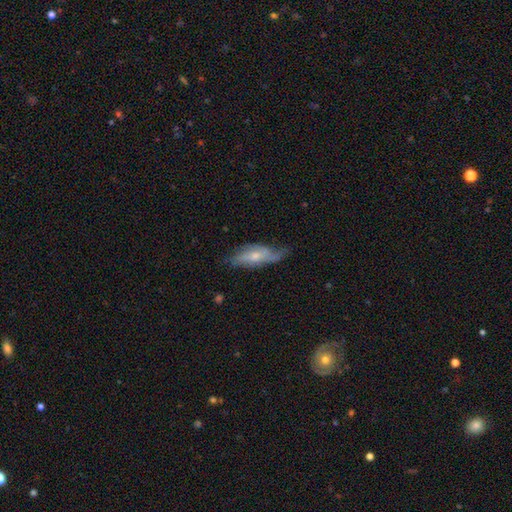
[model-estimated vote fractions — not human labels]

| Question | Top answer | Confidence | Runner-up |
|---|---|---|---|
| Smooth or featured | featured or disk | 55% | smooth (38%) |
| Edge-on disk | no | 69% | yes (31%) |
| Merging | none | 51% | minor disturbance (33%) |